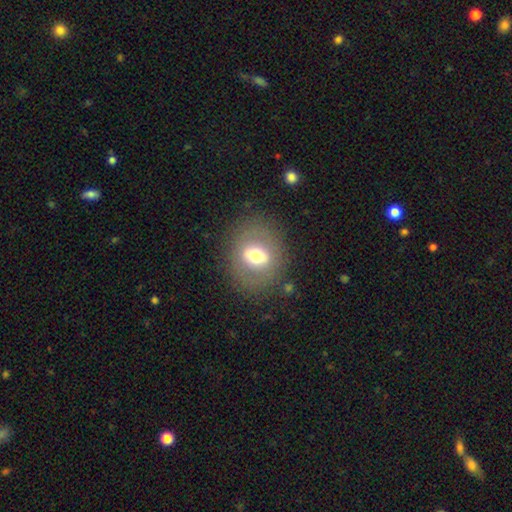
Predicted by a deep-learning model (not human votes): smooth_or_featured: smooth (p=0.53) [alt: featured or disk p=0.36]
how_rounded: round (p=0.61) [alt: in between p=0.38]
merging: none (p=0.81) [alt: minor disturbance p=0.11]